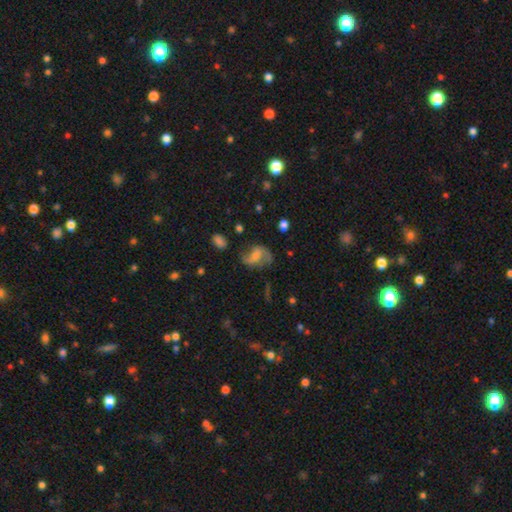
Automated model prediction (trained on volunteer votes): Morphology: type=featured or disk (61%); edge-on=no (97%); bar=weak (44%); spiral arms=yes (85%); winding=loose (60%); arm count=2 (84%); bulge=small (42%); merging=none (53%).